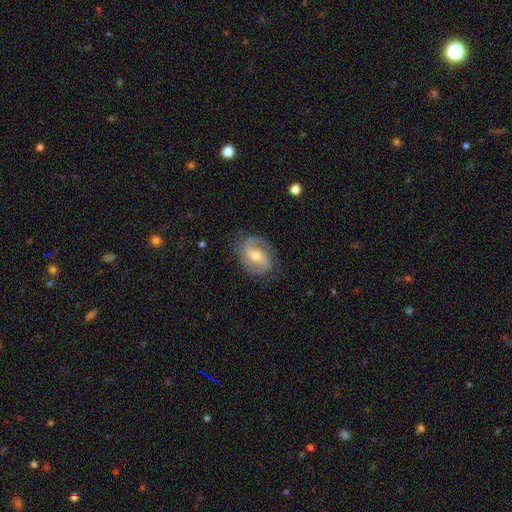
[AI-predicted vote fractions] This is clearly a featured or disk galaxy (84%). It is clearly not viewed edge-on (97%). Bar: possibly weak (48%). Spiral arm pattern: clearly yes (95%). Spiral arm count: clearly 2 (88%). Spiral winding: possibly medium (51%). Central bulge: likely moderate (61%). Merging: likely none (79%).